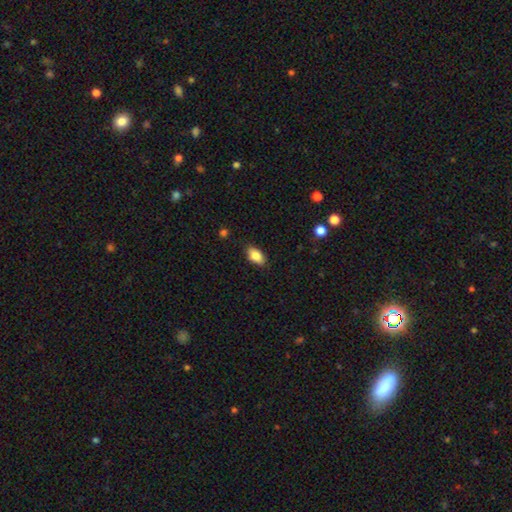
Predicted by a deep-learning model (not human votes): Smooth or featured?
  - smooth: 85% *
  - star or artifact: 8%
  - featured or disk: 7%
How rounded?
  - in between: 90% *
  - round: 7%
  - cigar-shaped: 3%
Merging?
  - none: 86% *
  - minor disturbance: 11%
  - major disturbance: 2%
  - merger: 1%